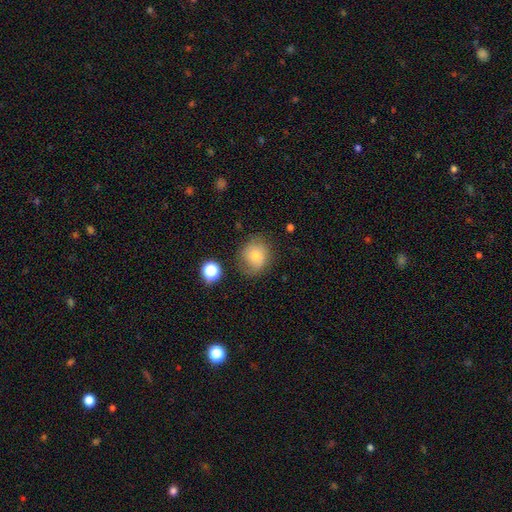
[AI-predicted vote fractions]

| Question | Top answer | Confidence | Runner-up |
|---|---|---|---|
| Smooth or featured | smooth | 70% | featured or disk (19%) |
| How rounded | round | 76% | in between (23%) |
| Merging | none | 68% | minor disturbance (21%) |